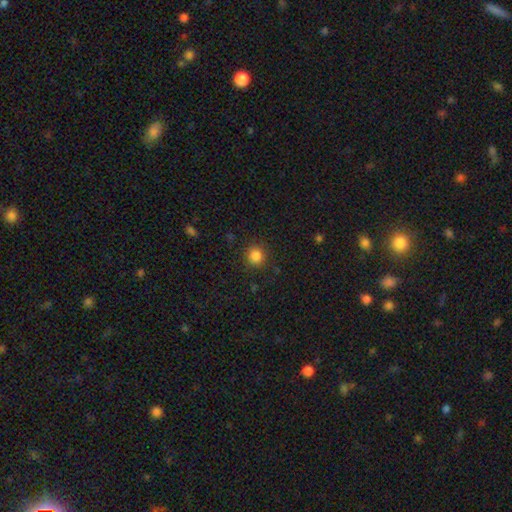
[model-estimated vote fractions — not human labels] A smooth galaxy with no disk features (85%) that is round (91%). Merging: none (89%).